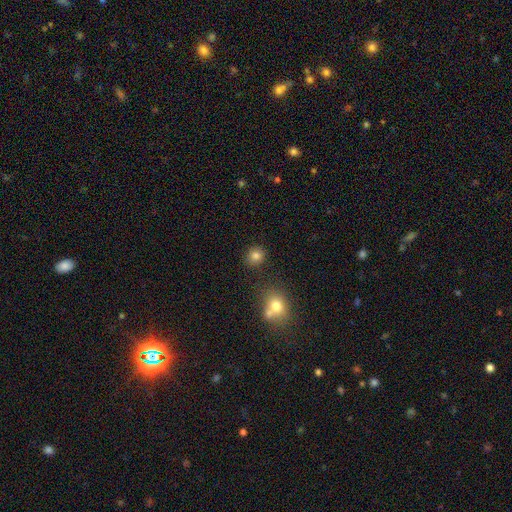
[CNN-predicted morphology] Smooth or featured?
  - smooth: 81% *
  - star or artifact: 12%
  - featured or disk: 6%
How rounded?
  - round: 84% *
  - in between: 15%
  - cigar-shaped: 1%
Merging?
  - none: 83% *
  - minor disturbance: 8%
  - merger: 6%
  - major disturbance: 3%